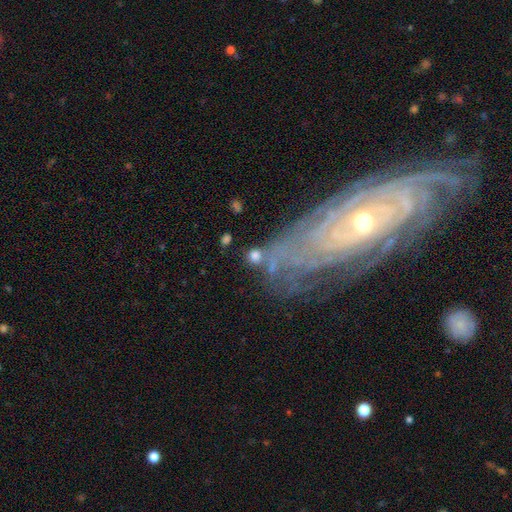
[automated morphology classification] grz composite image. It shows a smooth galaxy with no disk features (62%) that is round (81%). Merging: none (66%).